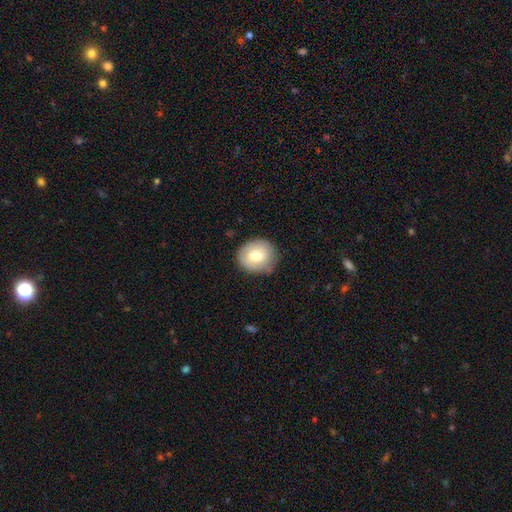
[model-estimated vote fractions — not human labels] A smooth galaxy with no disk features (70%) that is round (79%).

Vote fractions:
- Smooth or featured? smooth: 70% / featured or disk: 23% / star or artifact: 7%
- How rounded? round: 79% / in between: 21% / cigar-shaped: 1%
- Merging? none: 76% / minor disturbance: 19% / major disturbance: 4% / merger: 1%